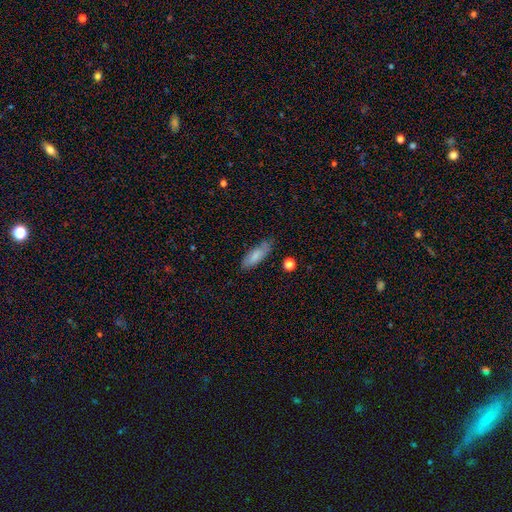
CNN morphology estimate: Smooth or featured? smooth (79%)
How rounded? in between (64%)
Merging? none (67%)